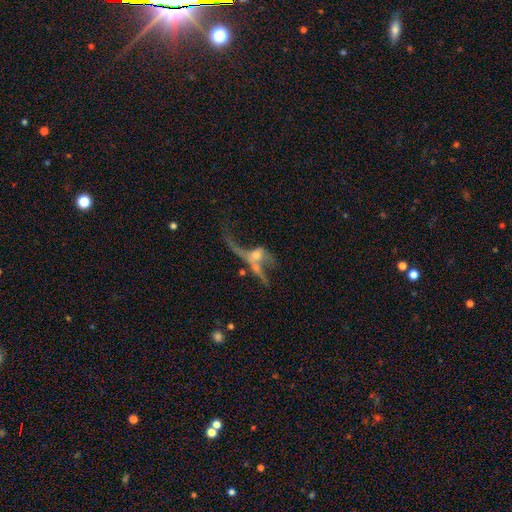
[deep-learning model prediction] Q: Smooth or featured?
A: featured or disk (63%); runner-up: smooth (25%)
Q: Edge-on disk?
A: no (86%); runner-up: yes (14%)
Q: Bar?
A: no (76%); runner-up: weak (18%)
Q: Spiral arms?
A: no (54%); runner-up: yes (46%)
Q: Bulge size?
A: moderate (42%); runner-up: small (30%)
Q: Merging?
A: merger (48%); runner-up: major disturbance (30%)